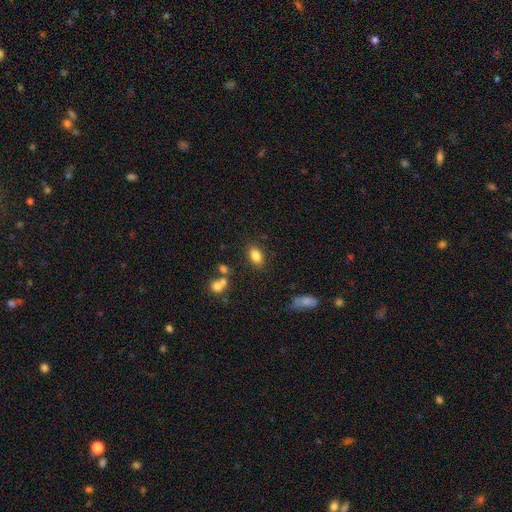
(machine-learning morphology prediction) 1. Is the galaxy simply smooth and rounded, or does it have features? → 83% smooth, 9% star or artifact, 7% featured or disk.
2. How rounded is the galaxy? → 86% in between, 11% round, 2% cigar-shaped.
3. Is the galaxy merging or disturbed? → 82% none, 11% minor disturbance, 4% merger, 3% major disturbance.